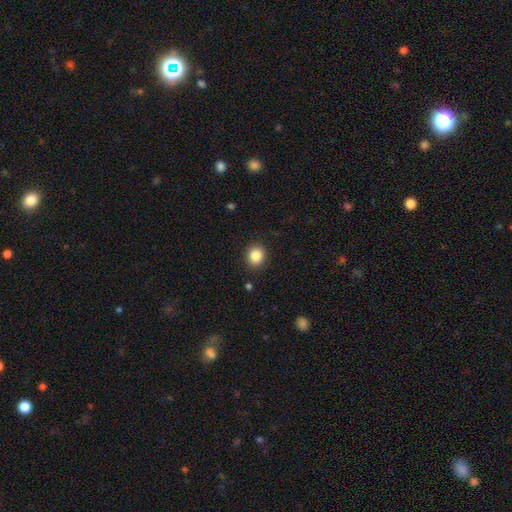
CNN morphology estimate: Smooth or featured? smooth (86%)
How rounded? round (76%)
Merging? none (90%)